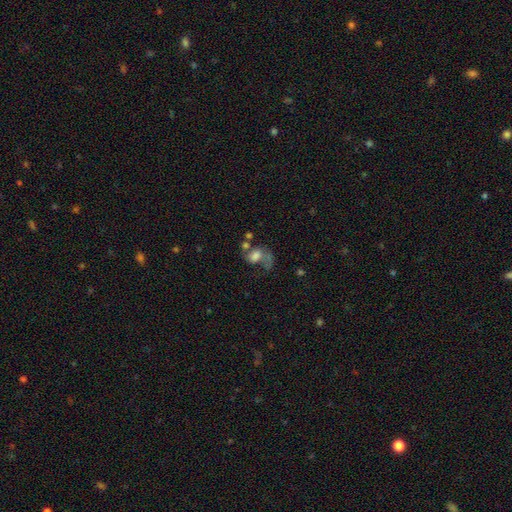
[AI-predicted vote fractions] Smooth or featured? Predicted: smooth (p=0.48). Merging? Predicted: major disturbance (p=0.40).